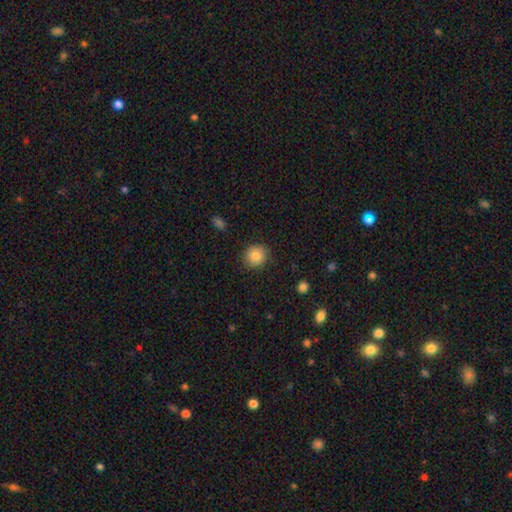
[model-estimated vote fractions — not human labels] This appears to be a smooth galaxy with no disk features (84%) that is round (88%). Merging: none (89%).